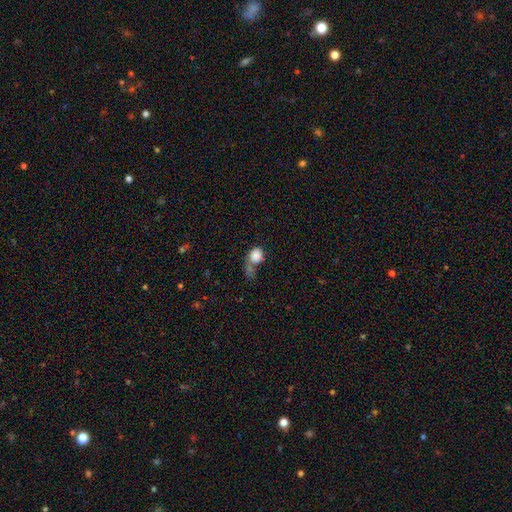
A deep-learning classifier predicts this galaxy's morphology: Overall: smooth (84%). How rounded: round (69%; in between 30%). Merging: merger (33%; none 31%).